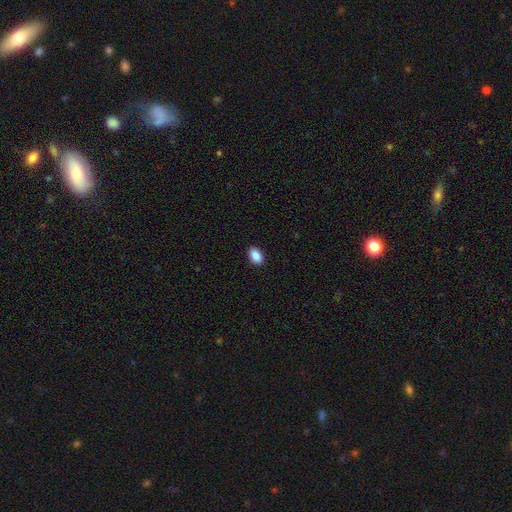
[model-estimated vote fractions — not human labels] smooth 89%, star or artifact 8%, featured or disk 4%. Down the decision tree: how rounded — in between (89%); merging — none (90%).